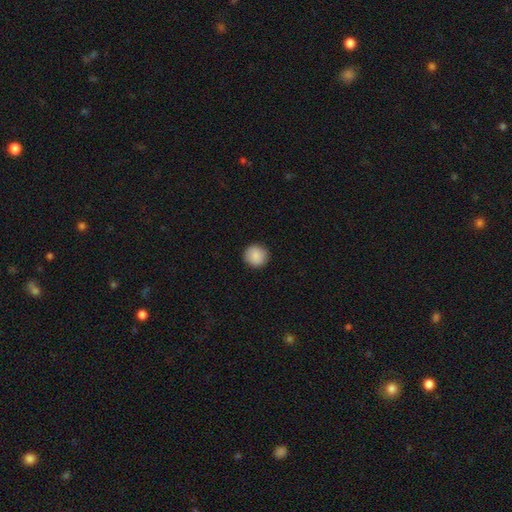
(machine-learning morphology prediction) A smooth galaxy with no disk features (89%) that is round (94%). Merging: none (92%).